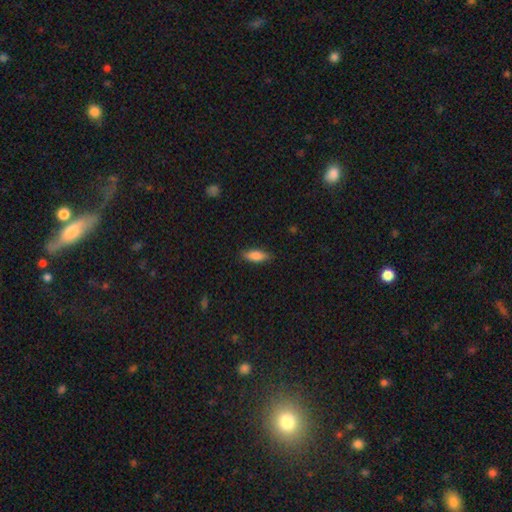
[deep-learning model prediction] This is likely a smooth galaxy (80%). How rounded: likely in between (65%). Merging: clearly none (84%).